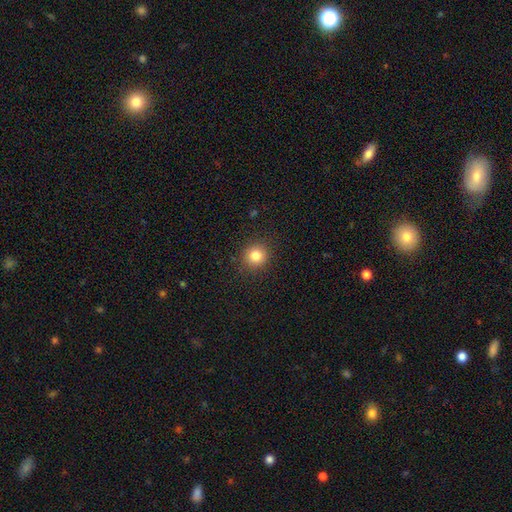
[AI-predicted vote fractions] Morphology: type=smooth (82%); roundness=round (91%); merging=none (90%).